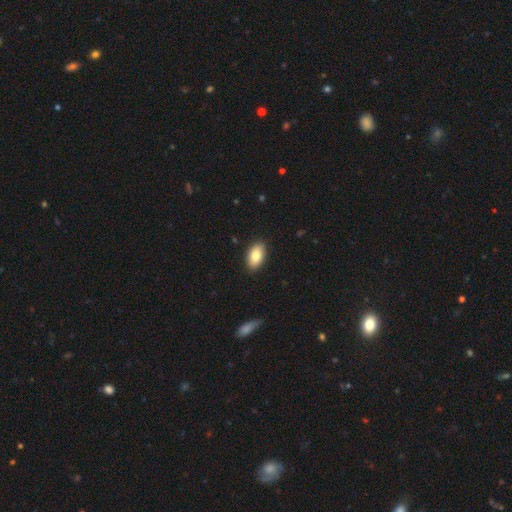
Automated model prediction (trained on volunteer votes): Q: Smooth or featured?
A: smooth (82%); runner-up: featured or disk (12%)
Q: How rounded?
A: in between (92%); runner-up: round (5%)
Q: Merging?
A: none (88%); runner-up: minor disturbance (9%)